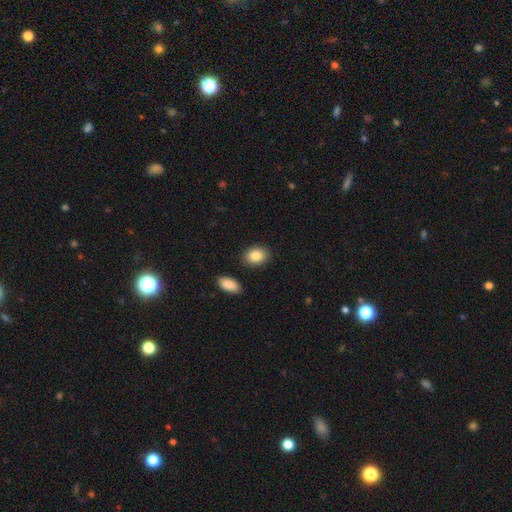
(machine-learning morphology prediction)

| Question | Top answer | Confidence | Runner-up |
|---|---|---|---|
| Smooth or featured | smooth | 87% | star or artifact (7%) |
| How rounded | in between | 70% | round (29%) |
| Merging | none | 86% | minor disturbance (8%) |